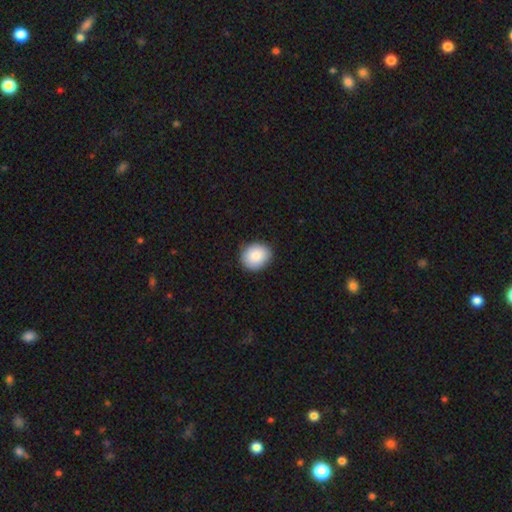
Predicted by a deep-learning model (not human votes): Smooth or featured? smooth (86%)
How rounded? round (71%)
Merging? none (88%)